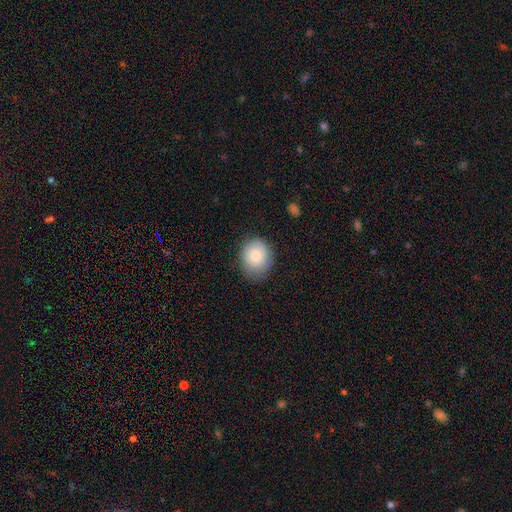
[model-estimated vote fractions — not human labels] smooth 82%, featured or disk 11%, star or artifact 8%. Down the decision tree: how rounded — round (68%); merging — none (75%).